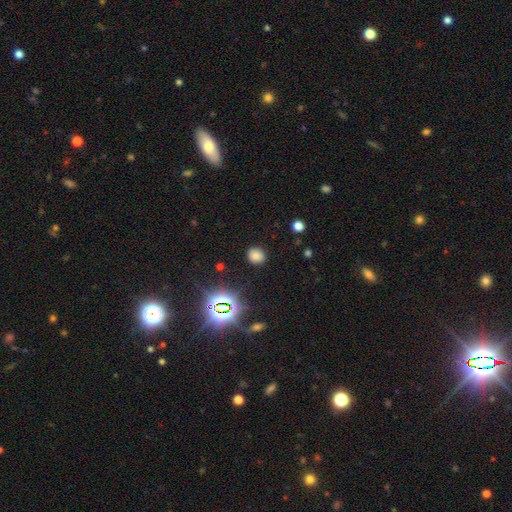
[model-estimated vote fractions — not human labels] smooth-or-featured: smooth: 72% | star or artifact: 21% | featured or disk: 7%
  how-rounded: round: 77% | in between: 22% | cigar-shaped: 1%
  merging: none: 87% | minor disturbance: 9% | major disturbance: 3% | merger: 1%